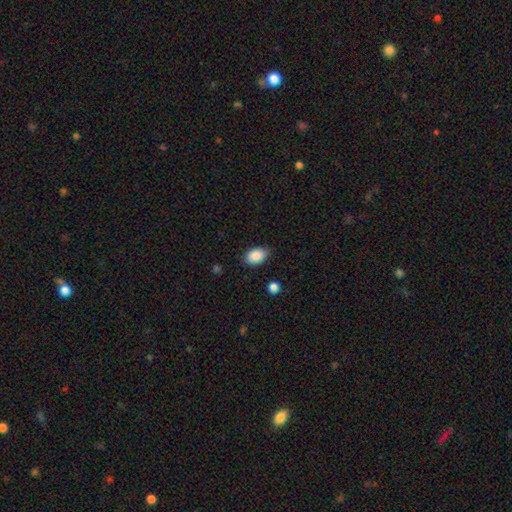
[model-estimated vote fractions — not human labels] smooth_or_featured: smooth (p=0.89) [alt: star or artifact p=0.07]
how_rounded: in between (p=0.90) [alt: round p=0.09]
merging: none (p=0.82) [alt: minor disturbance p=0.14]